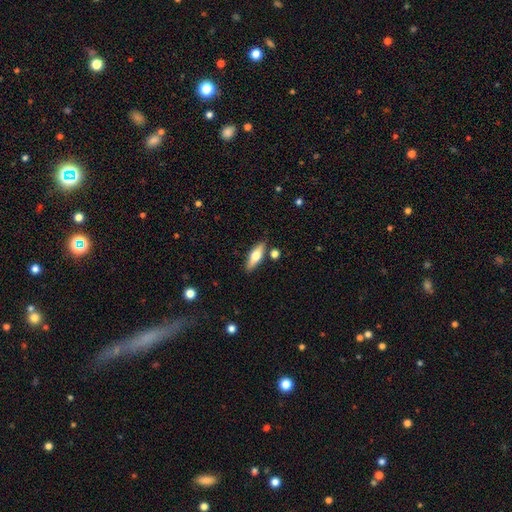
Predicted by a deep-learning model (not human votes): Smooth or featured? smooth (55%)
How rounded? in between (49%)
Merging? none (83%)